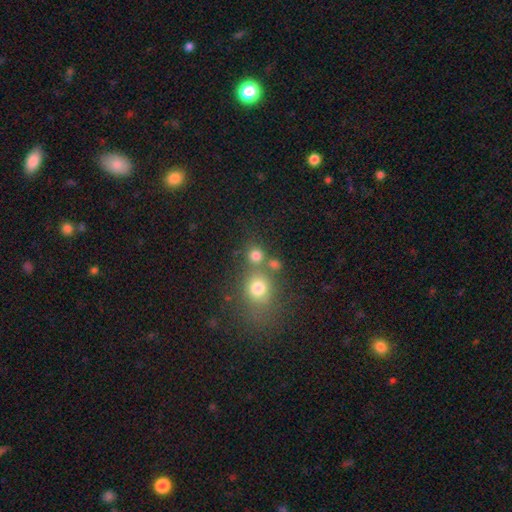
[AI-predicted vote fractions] This is likely a smooth galaxy (77%). How rounded: clearly round (86%). Merging: likely none (62%).